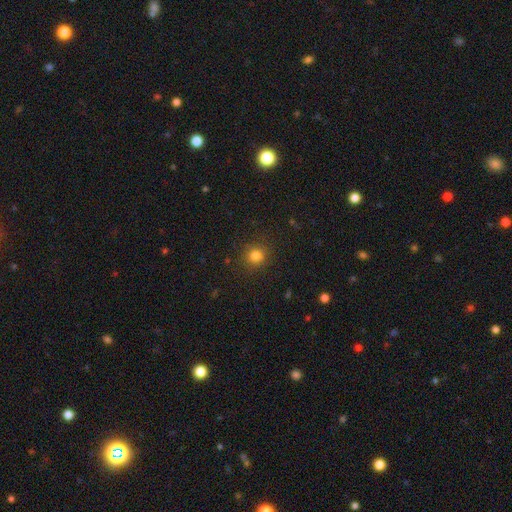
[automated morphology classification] type=smooth (80%); roundness=round (87%); merging=none (87%).